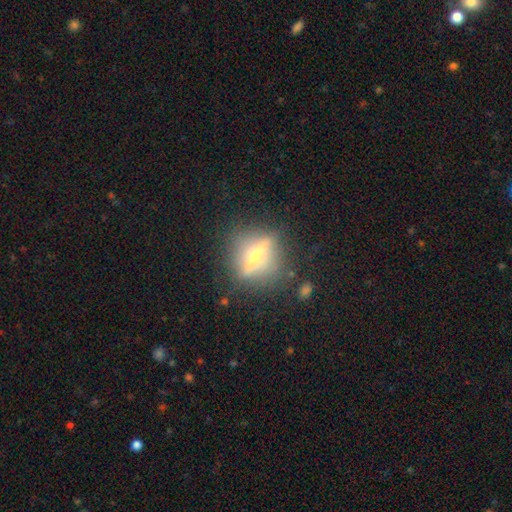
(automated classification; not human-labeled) featured or disk 70%, smooth 20%, star or artifact 10%. Down the decision tree: edge-on disk — yes (79%); edge-on bulge — rounded (92%); merging — none (78%).